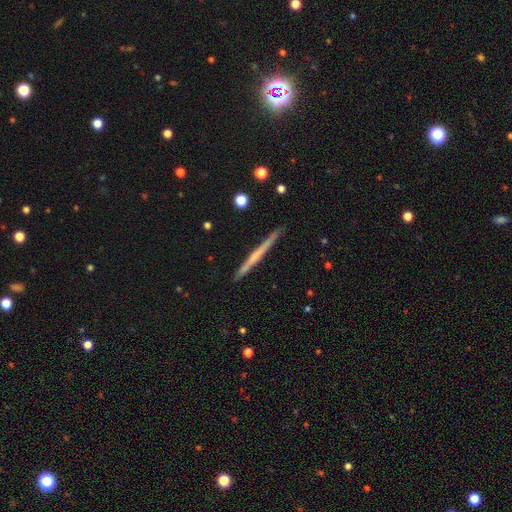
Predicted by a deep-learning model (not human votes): The model was most divided on "smooth or featured": featured or disk: 57%, smooth: 37%, star or artifact: 5%. More confident: edge-on disk — yes (98%); merging — none (90%); edge-on bulge — none (74%).